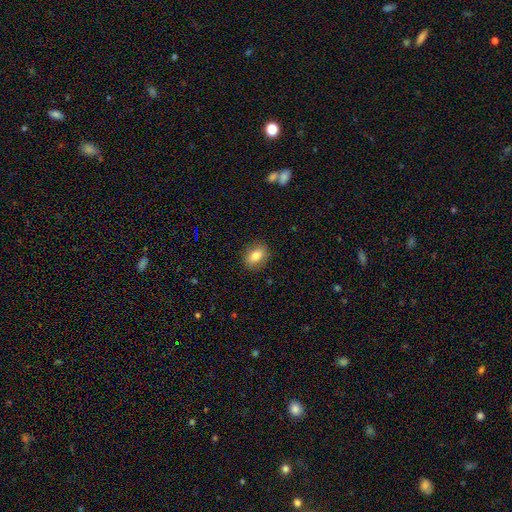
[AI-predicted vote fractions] Smooth or featured: smooth — 79% (featured or disk — 13%)
How rounded: in between — 68% (round — 30%)
Merging: none — 86% (minor disturbance — 10%)